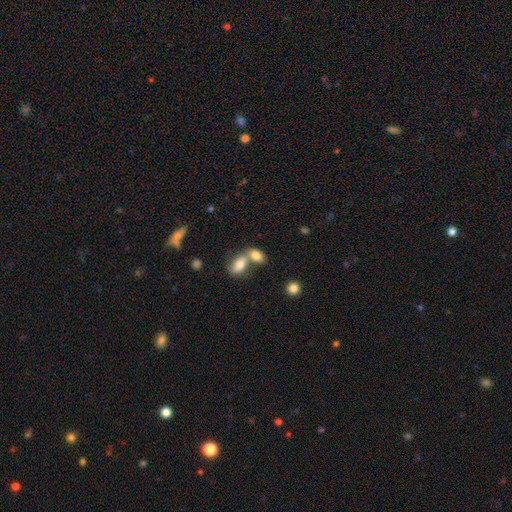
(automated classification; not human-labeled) smooth 80%, featured or disk 11%, star or artifact 8%. Down the decision tree: how rounded — in between (88%); merging — merger (59%).